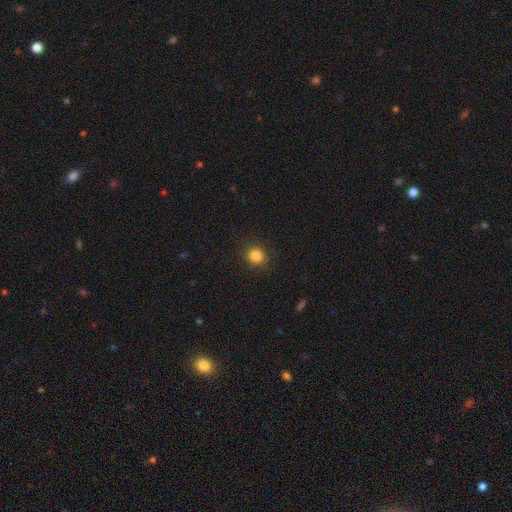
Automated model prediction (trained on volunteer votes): Smooth or featured?
  - smooth: 84% *
  - star or artifact: 12%
  - featured or disk: 4%
How rounded?
  - round: 86% *
  - in between: 13%
  - cigar-shaped: 1%
Merging?
  - none: 89% *
  - minor disturbance: 7%
  - major disturbance: 2%
  - merger: 1%